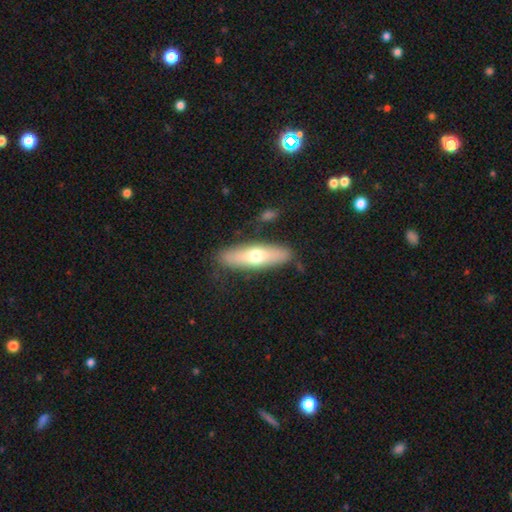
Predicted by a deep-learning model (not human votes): Morphology: type=smooth (59%); roundness=cigar-shaped (62%); merging=none (82%).